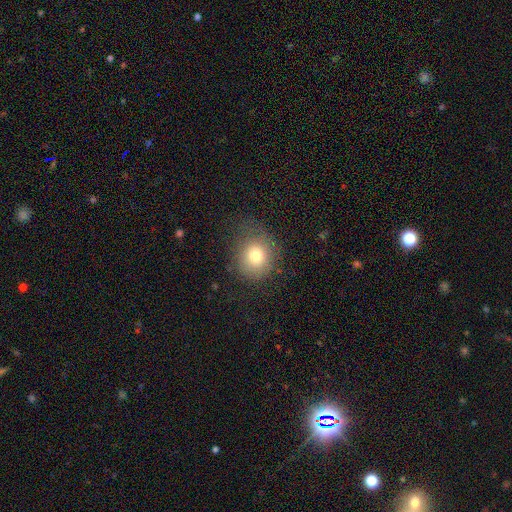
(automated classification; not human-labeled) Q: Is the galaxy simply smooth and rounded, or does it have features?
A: smooth — 76%.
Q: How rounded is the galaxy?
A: round — 77%.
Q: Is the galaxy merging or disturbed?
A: none — 67%.